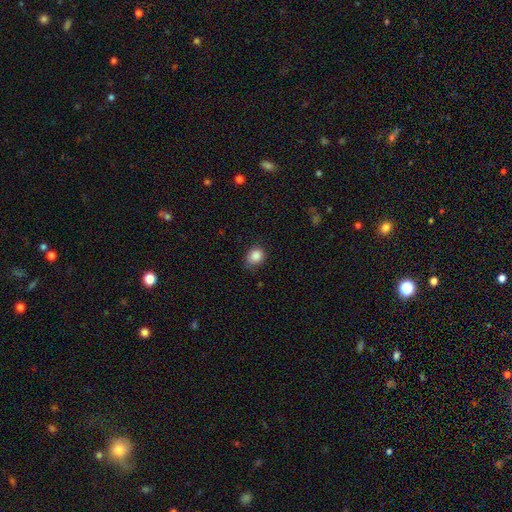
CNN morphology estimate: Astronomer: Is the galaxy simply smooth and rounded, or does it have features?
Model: smooth — 87%.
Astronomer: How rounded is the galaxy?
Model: round — 53% (runner-up: in between, 46%).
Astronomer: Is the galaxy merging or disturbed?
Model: none — 73%.